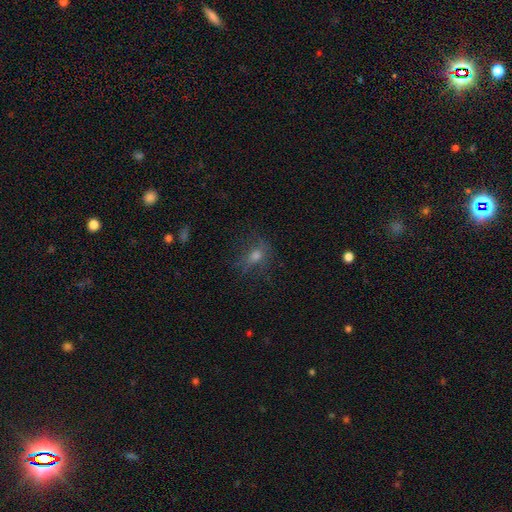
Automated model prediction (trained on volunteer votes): Smooth or featured? smooth (51%)
How rounded? in between (48%, tied with round)
Merging? none (64%)